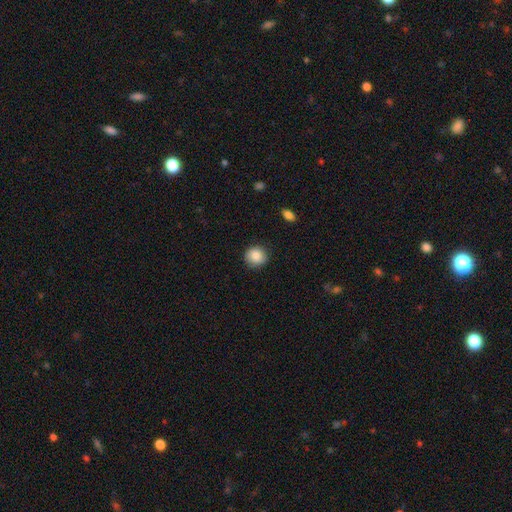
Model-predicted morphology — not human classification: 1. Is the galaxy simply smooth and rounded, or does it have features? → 87% smooth, 8% star or artifact, 5% featured or disk.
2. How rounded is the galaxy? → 90% round, 9% in between, 1% cigar-shaped.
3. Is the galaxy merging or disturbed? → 89% none, 8% minor disturbance, 2% major disturbance, 1% merger.